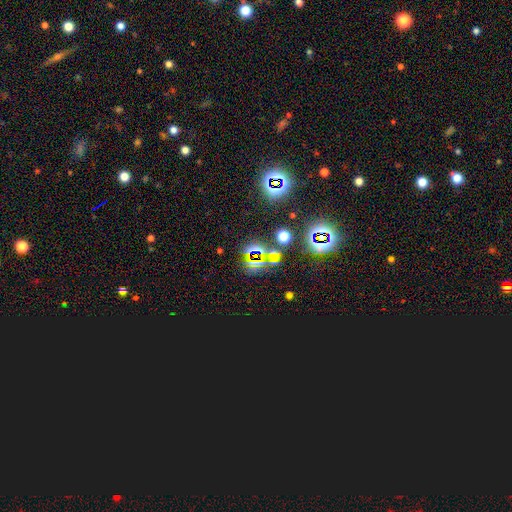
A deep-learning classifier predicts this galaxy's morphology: This is likely a star or artifact rather than a galaxy (72%).